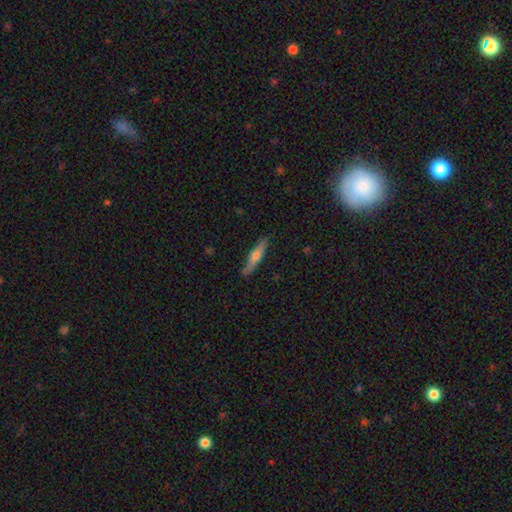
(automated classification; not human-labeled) smooth 53%, featured or disk 41%, star or artifact 6%. Down the decision tree: how rounded — cigar-shaped (86%); merging — none (84%).